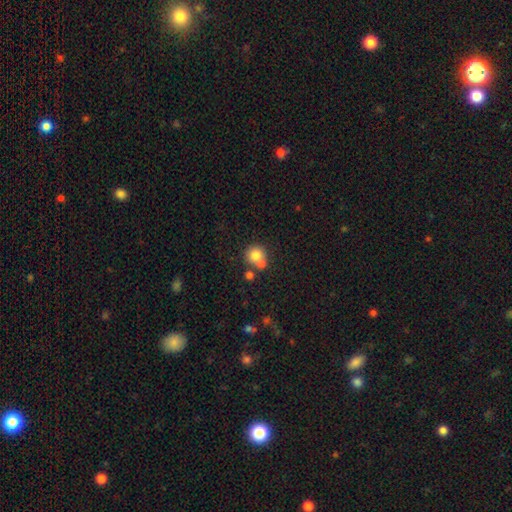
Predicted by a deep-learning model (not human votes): Smooth or featured?
  - smooth: 79% *
  - featured or disk: 11%
  - star or artifact: 11%
How rounded?
  - round: 90% *
  - in between: 9%
  - cigar-shaped: 1%
Merging?
  - none: 57% *
  - merger: 31%
  - minor disturbance: 9%
  - major disturbance: 3%